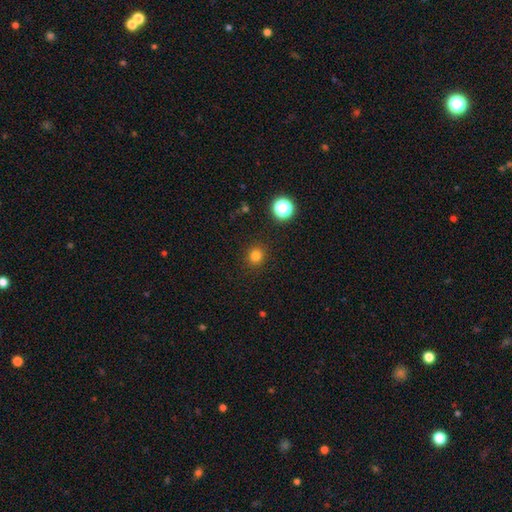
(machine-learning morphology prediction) The model was most divided on "smooth or featured": smooth: 80%, star or artifact: 15%, featured or disk: 5%. More confident: how rounded — round (91%); merging — none (91%).